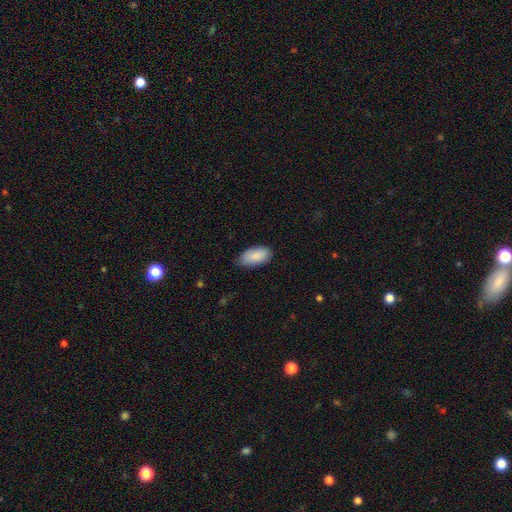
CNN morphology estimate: Q: Smooth or featured?
A: smooth (88%); runner-up: star or artifact (6%)
Q: How rounded?
A: in between (94%); runner-up: cigar-shaped (4%)
Q: Merging?
A: none (77%); runner-up: minor disturbance (19%)